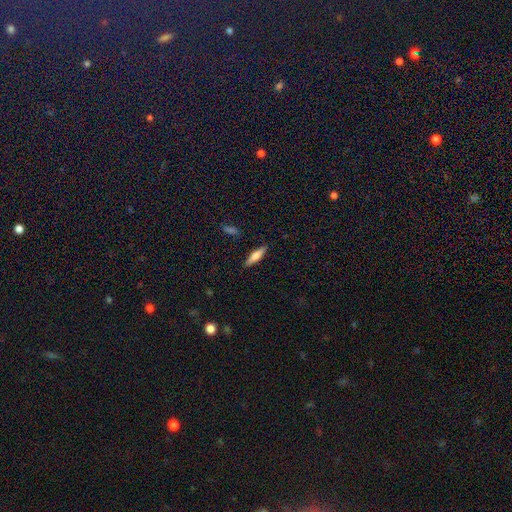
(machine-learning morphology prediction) A smooth galaxy with no disk features (54%) that is cigar-shaped (76%). Merging: none (89%).